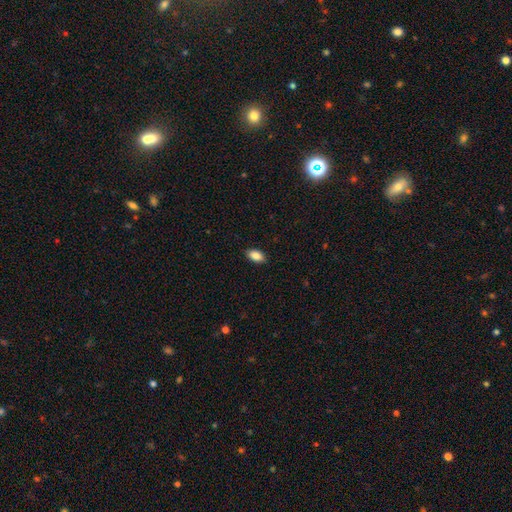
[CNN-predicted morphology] Smooth or featured: smooth — 87% (star or artifact — 7%)
How rounded: in between — 92% (round — 4%)
Merging: none — 88% (minor disturbance — 9%)